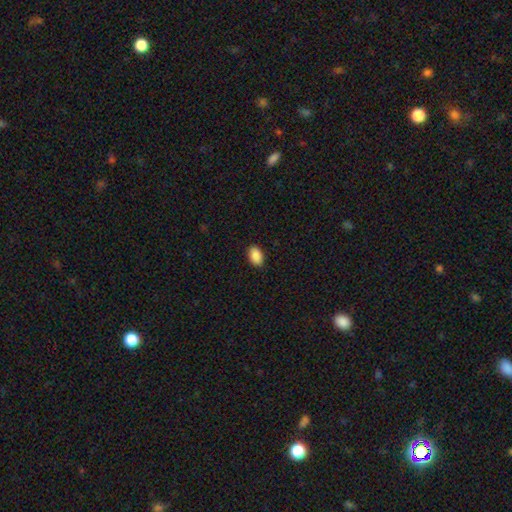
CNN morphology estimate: This appears to be a smooth galaxy with no disk features (90%) that is in between round and cigar-shaped (91%). Merging: none (90%).